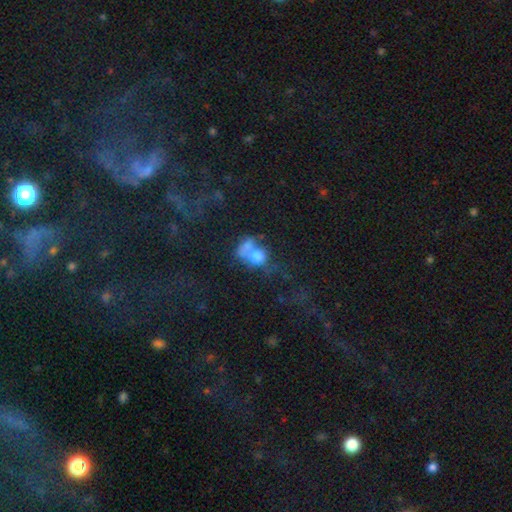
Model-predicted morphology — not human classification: type=smooth (58%); roundness=in between (55%); merging=merger (54%).